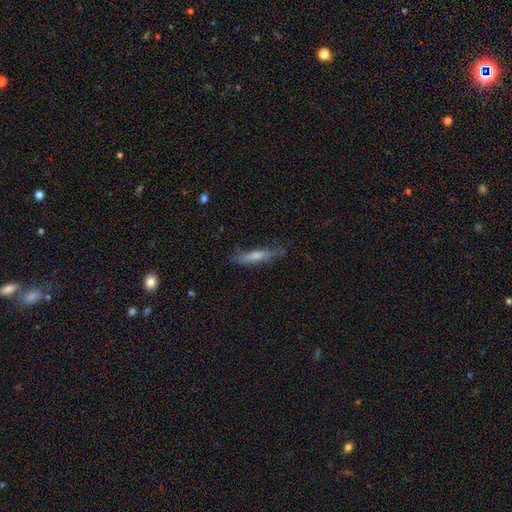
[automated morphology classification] A smooth galaxy with no disk features (53%) that is cigar-shaped (85%).

Vote fractions:
- Smooth or featured? smooth: 53% / featured or disk: 38% / star or artifact: 9%
- How rounded? cigar-shaped: 85% / in between: 14% / round: 2%
- Merging? none: 69% / minor disturbance: 22% / major disturbance: 7% / merger: 2%